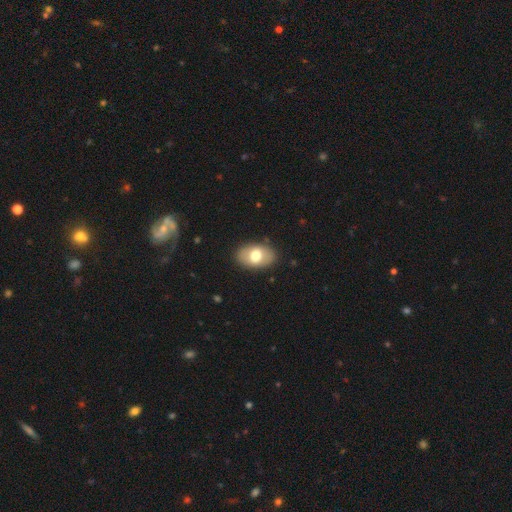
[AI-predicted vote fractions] Smooth or featured: smooth — 69% (featured or disk — 24%)
How rounded: in between — 89% (round — 10%)
Merging: none — 86% (minor disturbance — 10%)